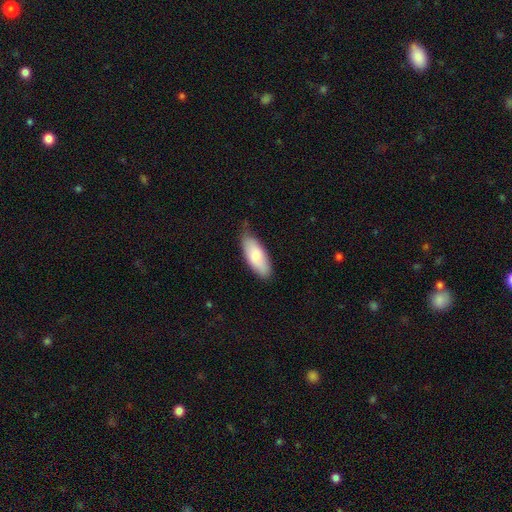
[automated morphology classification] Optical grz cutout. It shows a smooth galaxy with no disk features (76%) that is in between round and cigar-shaped (80%). Merging: none (69%).